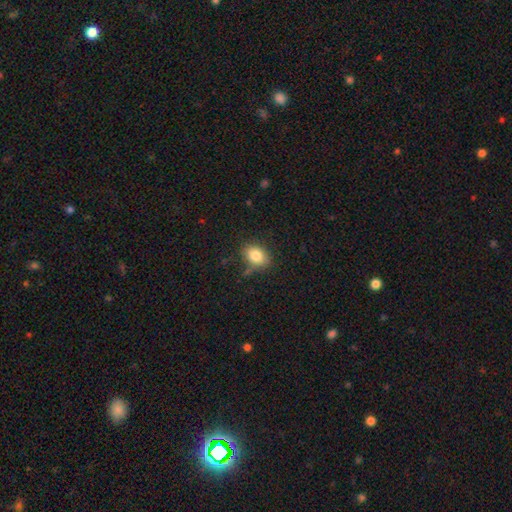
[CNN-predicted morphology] This appears to be a smooth galaxy with no disk features (83%) that is in between round and cigar-shaped (66%). Merging: none (71%).